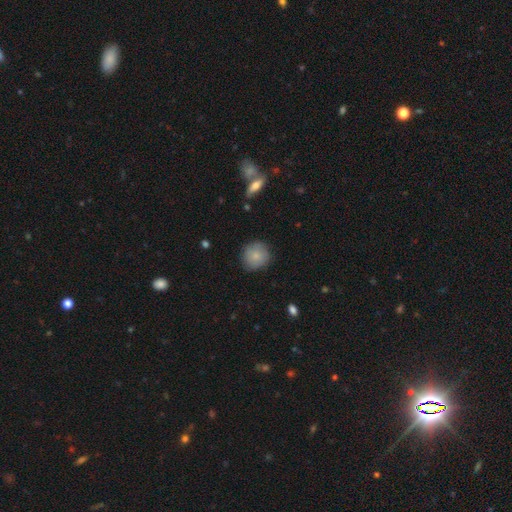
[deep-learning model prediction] Overall: smooth (82%). How rounded: round (89%). Merging: none (83%).